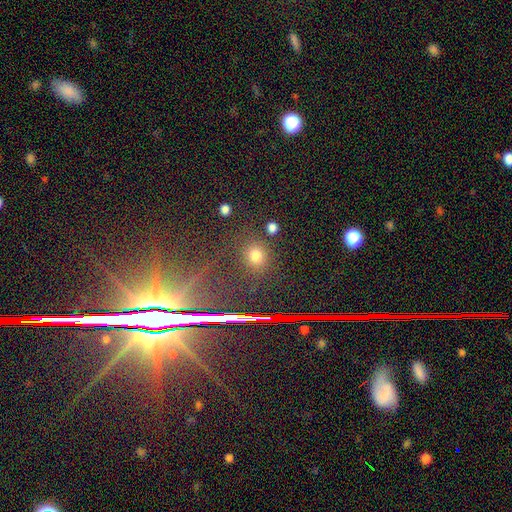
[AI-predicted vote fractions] This appears to be a smooth galaxy with no disk features (64%) that is round (71%). Merging: none (82%).